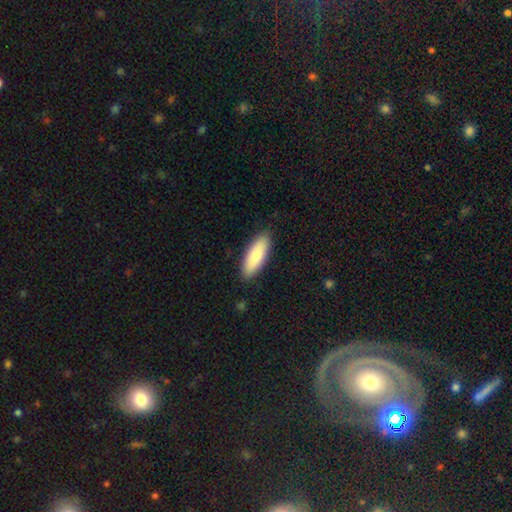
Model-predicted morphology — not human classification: smooth_or_featured: smooth (p=0.81) [alt: featured or disk p=0.14]
how_rounded: in between (p=0.70) [alt: cigar-shaped p=0.28]
merging: none (p=0.88) [alt: minor disturbance p=0.09]